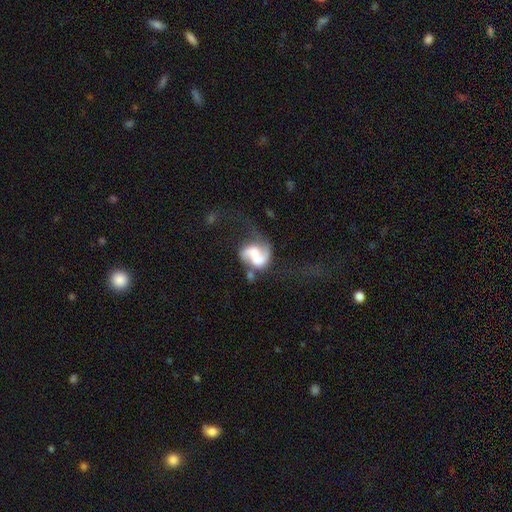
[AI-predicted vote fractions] Q: Smooth or featured?
A: featured or disk (71%); runner-up: smooth (21%)
Q: Edge-on disk?
A: no (98%); runner-up: yes (2%)
Q: Bar?
A: no (48%); runner-up: weak (32%)
Q: Spiral arms?
A: yes (83%); runner-up: no (17%)
Q: Spiral winding?
A: loose (54%); runner-up: medium (34%)
Q: Spiral arm count?
A: 2 (80%); runner-up: 1 (10%)
Q: Bulge size?
A: none (29%); runner-up: large (23%)
Q: Merging?
A: major disturbance (33%); runner-up: none (28%)